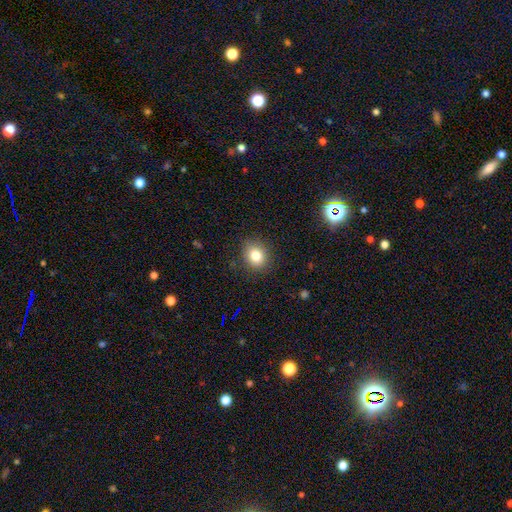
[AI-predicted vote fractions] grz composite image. It shows a smooth galaxy with no disk features (81%) that is round (65%). Merging: none (87%).